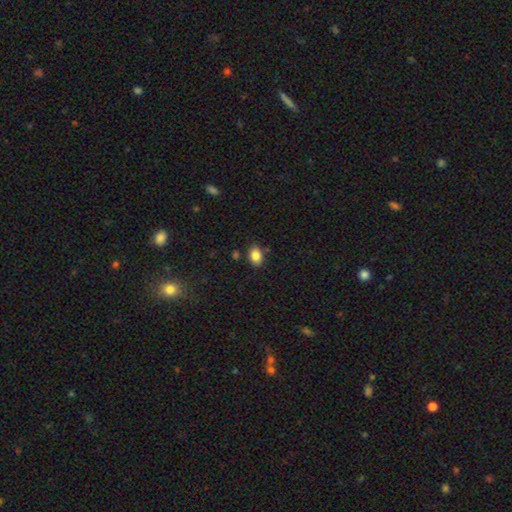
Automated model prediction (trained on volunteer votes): smooth-or-featured: smooth: 85% | star or artifact: 9% | featured or disk: 6%
  how-rounded: in between: 75% | round: 24% | cigar-shaped: 1%
  merging: none: 83% | minor disturbance: 11% | merger: 4% | major disturbance: 2%